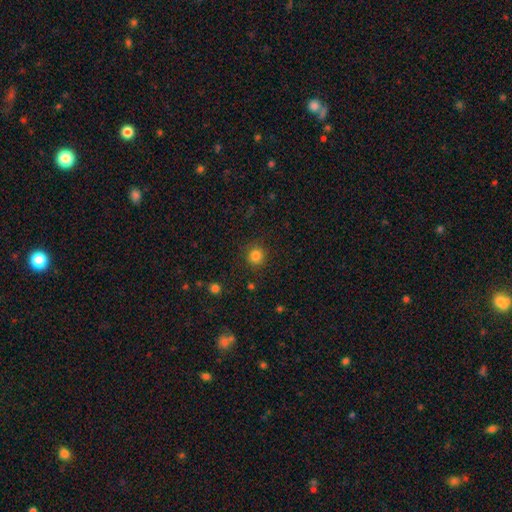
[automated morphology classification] Smooth or featured? Predicted: smooth (p=0.84). How rounded? Predicted: round (p=0.91). Merging? Predicted: none (p=0.88).